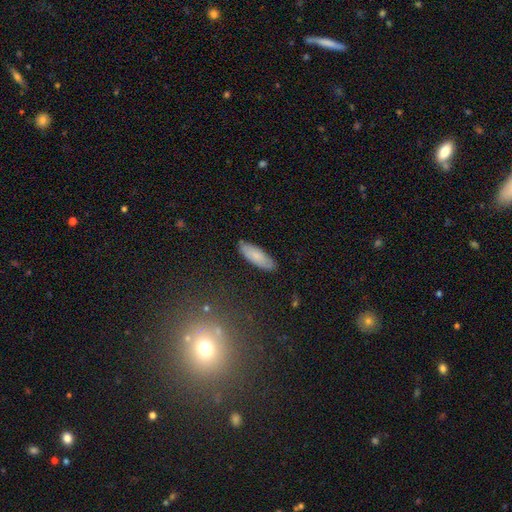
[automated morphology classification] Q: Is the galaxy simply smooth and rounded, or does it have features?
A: smooth — 80%.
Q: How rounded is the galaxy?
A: in between — 59%.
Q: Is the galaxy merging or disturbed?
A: none — 87%.